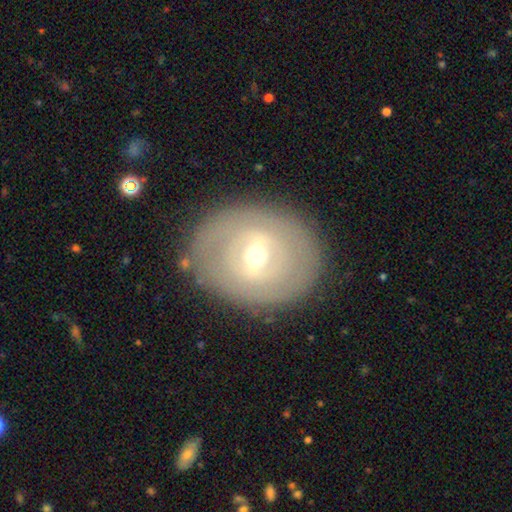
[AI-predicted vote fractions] Smooth or featured? Predicted: featured or disk (p=0.66). Edge-on disk? Predicted: no (p=0.94). Bar? Predicted: weak (p=0.50). Spiral arms? Predicted: no (p=0.55). Bulge size? Predicted: moderate (p=0.54). Merging? Predicted: none (p=0.82).